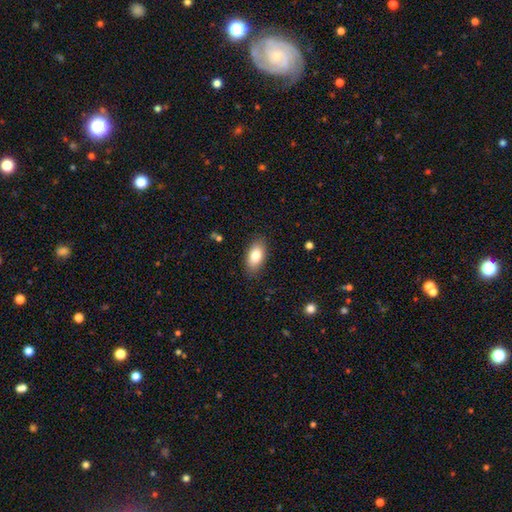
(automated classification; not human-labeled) Q: Smooth or featured?
A: smooth (82%); runner-up: featured or disk (11%)
Q: How rounded?
A: in between (92%); runner-up: round (4%)
Q: Merging?
A: none (86%); runner-up: minor disturbance (11%)